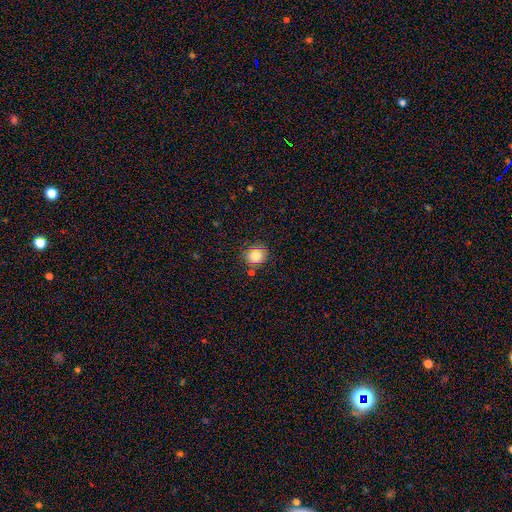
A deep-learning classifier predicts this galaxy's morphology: smooth_or_featured: smooth (p=0.82) [alt: star or artifact p=0.10]
how_rounded: round (p=0.82) [alt: in between p=0.17]
merging: none (p=0.79) [alt: minor disturbance p=0.13]